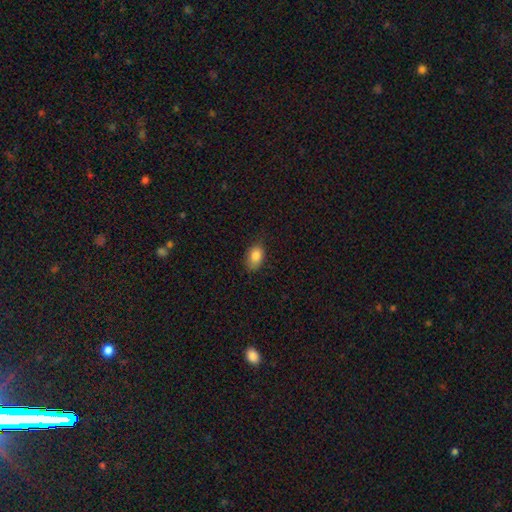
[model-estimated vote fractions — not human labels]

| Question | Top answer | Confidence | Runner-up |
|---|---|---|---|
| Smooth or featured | smooth | 86% | star or artifact (8%) |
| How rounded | in between | 85% | round (13%) |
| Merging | none | 73% | minor disturbance (22%) |